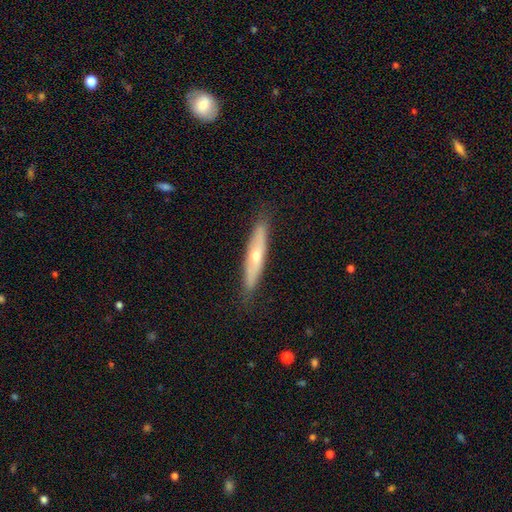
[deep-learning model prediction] Smooth or featured? featured or disk (53%)
Edge-on disk? yes (76%)
Merging? none (85%)